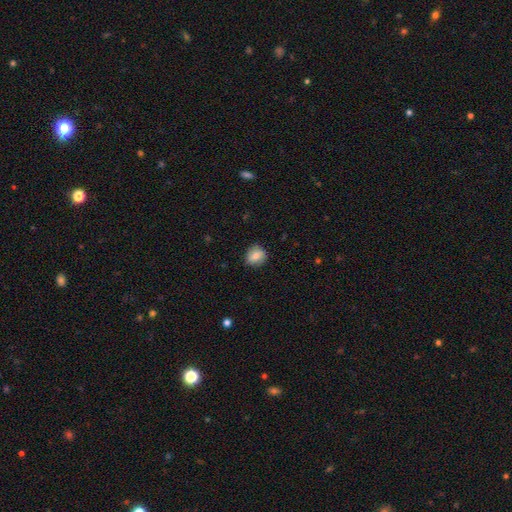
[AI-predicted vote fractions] Smooth or featured: smooth — 77% (featured or disk — 14%)
How rounded: round — 73% (in between — 26%)
Merging: none — 83% (minor disturbance — 13%)